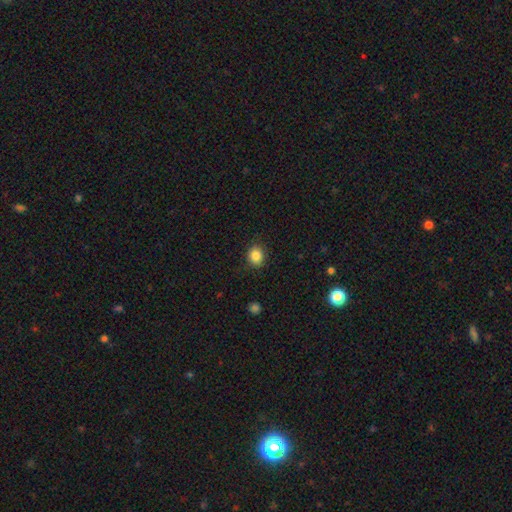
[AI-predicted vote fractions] smooth 86%, star or artifact 10%, featured or disk 4%. Down the decision tree: how rounded — round (63%); merging — none (85%).